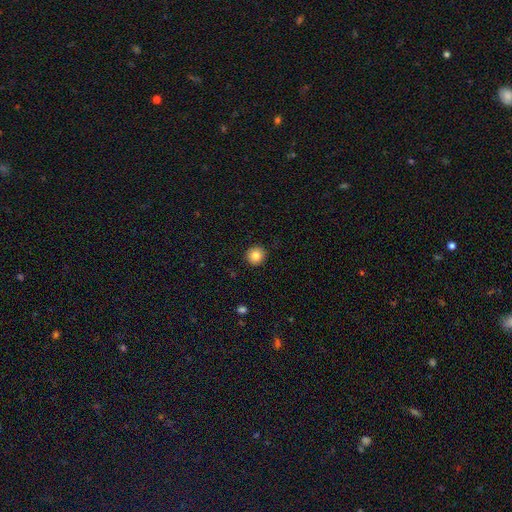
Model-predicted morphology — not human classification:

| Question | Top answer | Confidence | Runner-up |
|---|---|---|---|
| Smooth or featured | smooth | 83% | star or artifact (10%) |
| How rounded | round | 93% | in between (6%) |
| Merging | none | 92% | minor disturbance (6%) |